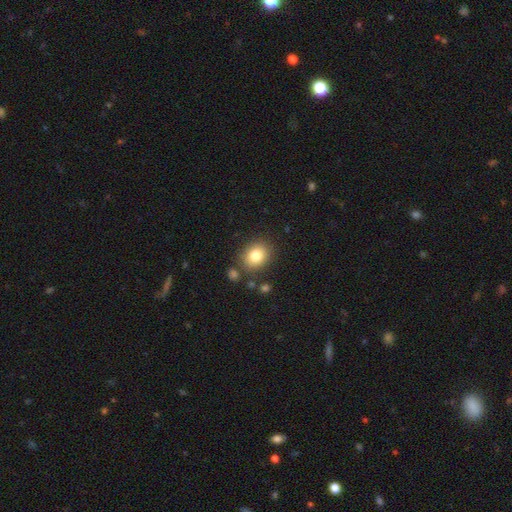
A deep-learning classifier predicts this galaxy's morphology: Overall: smooth (81%). How rounded: round (60%; in between 39%). Merging: none (81%).